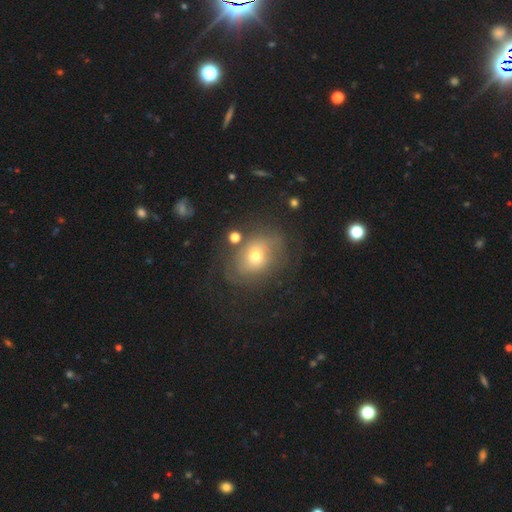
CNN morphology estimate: A smooth galaxy with no disk features (49%).

Vote fractions:
- Smooth or featured? smooth: 49% / featured or disk: 39% / star or artifact: 13%
- Merging? none: 62% / minor disturbance: 20% / major disturbance: 14% / merger: 4%